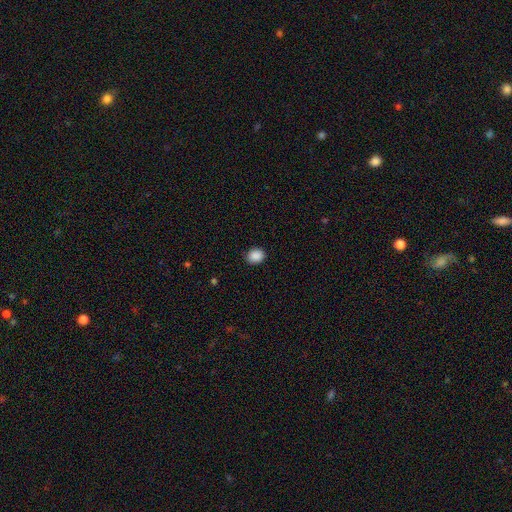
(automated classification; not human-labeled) Smooth or featured: smooth — 89% (star or artifact — 8%)
How rounded: round — 58% (in between — 41%)
Merging: none — 89% (minor disturbance — 8%)